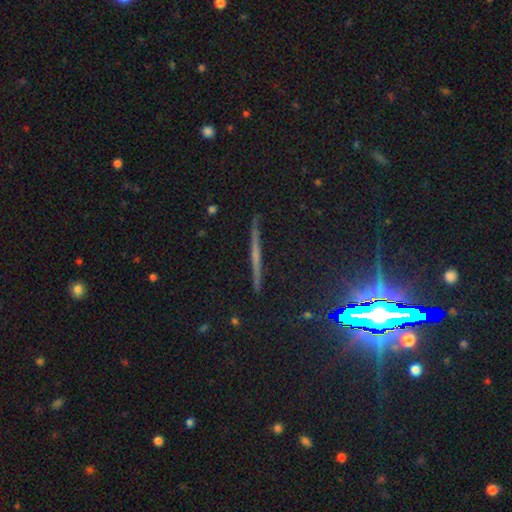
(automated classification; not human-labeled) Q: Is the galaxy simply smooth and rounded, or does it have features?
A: featured or disk — 52%.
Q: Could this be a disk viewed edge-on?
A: yes — 96%.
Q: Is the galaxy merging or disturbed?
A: none — 90%.